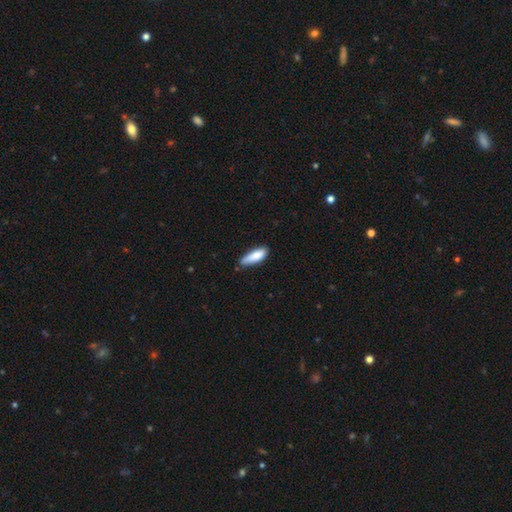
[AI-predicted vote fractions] The model was most divided on "how rounded": in between: 56%, cigar-shaped: 42%, round: 2%. More confident: smooth or featured — smooth (83%); merging — none (61%).